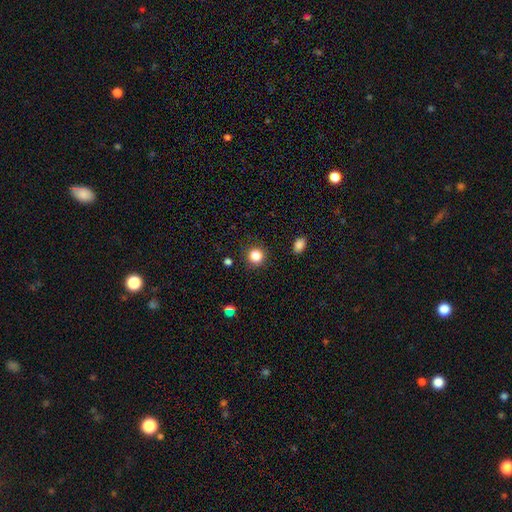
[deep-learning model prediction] This is clearly a smooth galaxy (85%). How rounded: clearly round (92%). Merging: clearly none (88%).